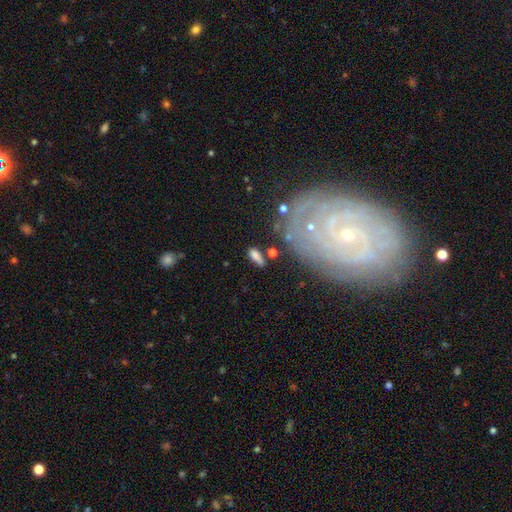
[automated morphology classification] This appears to be a smooth galaxy with no disk features (75%) that is in between round and cigar-shaped (74%). Merging: none (67%).